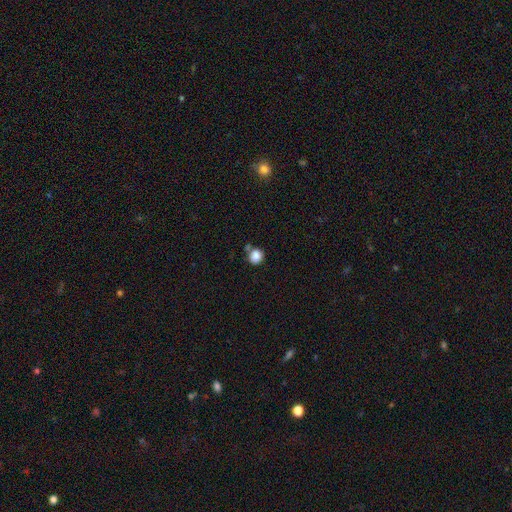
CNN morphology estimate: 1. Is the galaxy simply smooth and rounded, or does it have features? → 85% smooth, 10% star or artifact, 5% featured or disk.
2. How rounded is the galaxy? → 82% round, 17% in between, 1% cigar-shaped.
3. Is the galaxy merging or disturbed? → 62% none, 17% merger, 16% minor disturbance, 5% major disturbance.